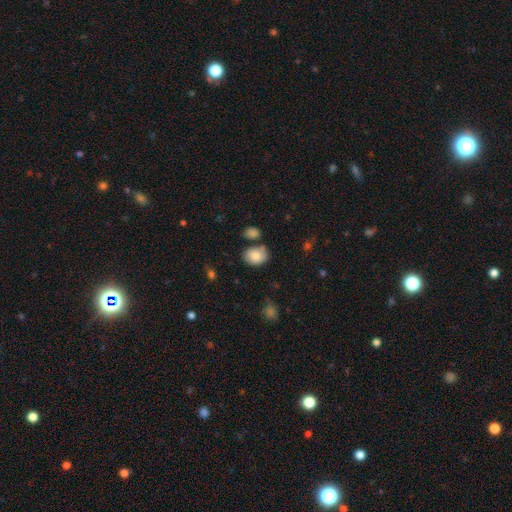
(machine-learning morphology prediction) Smooth or featured: smooth — 83% (featured or disk — 9%)
How rounded: in between — 61% (round — 38%)
Merging: none — 67% (minor disturbance — 17%)